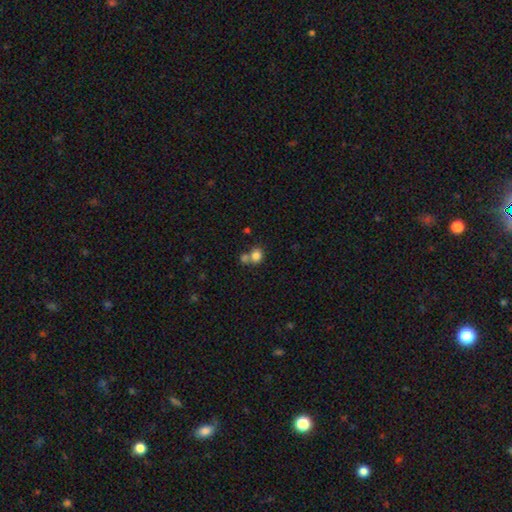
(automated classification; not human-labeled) smooth_or_featured: smooth (p=0.81) [alt: star or artifact p=0.11]
how_rounded: round (p=0.76) [alt: in between p=0.23]
merging: none (p=0.47) [alt: merger p=0.41]